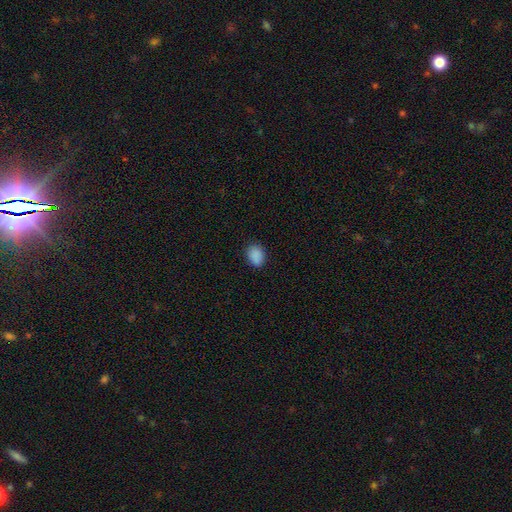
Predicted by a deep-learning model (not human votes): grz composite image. It shows a smooth galaxy with no disk features (88%) that is in between round and cigar-shaped (70%). Merging: none (84%).